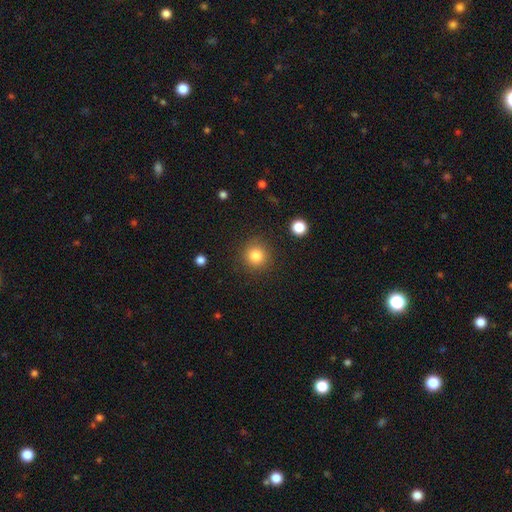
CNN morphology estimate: A smooth galaxy with no disk features (83%) that is round (92%). Merging: none (88%).